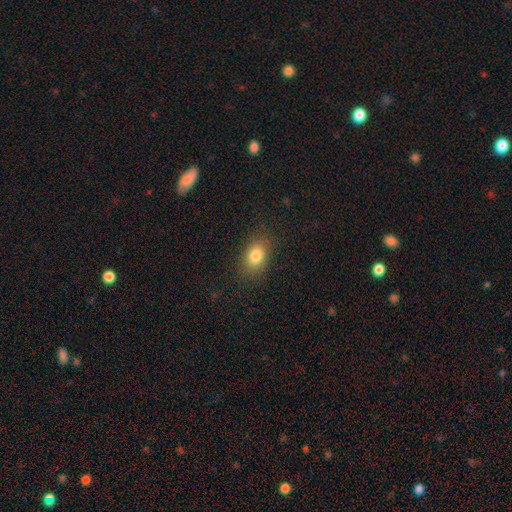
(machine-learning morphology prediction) The model was most divided on "how rounded": in between: 78%, round: 20%, cigar-shaped: 2%. More confident: merging — none (84%); smooth or featured — smooth (82%).